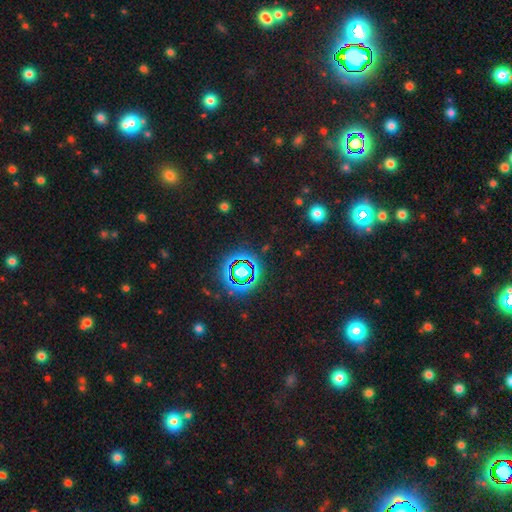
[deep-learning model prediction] smooth_or_featured: star or artifact (p=0.77) [alt: smooth p=0.15]